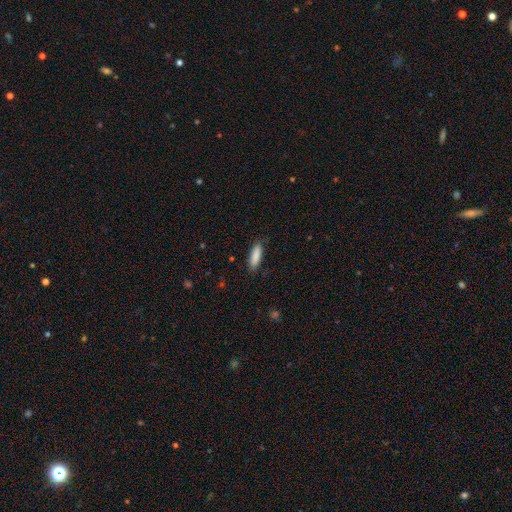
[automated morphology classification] smooth-or-featured: smooth: 88% | star or artifact: 6% | featured or disk: 6%
  how-rounded: cigar-shaped: 53% | in between: 45% | round: 1%
  merging: none: 85% | minor disturbance: 12% | major disturbance: 2% | merger: 1%